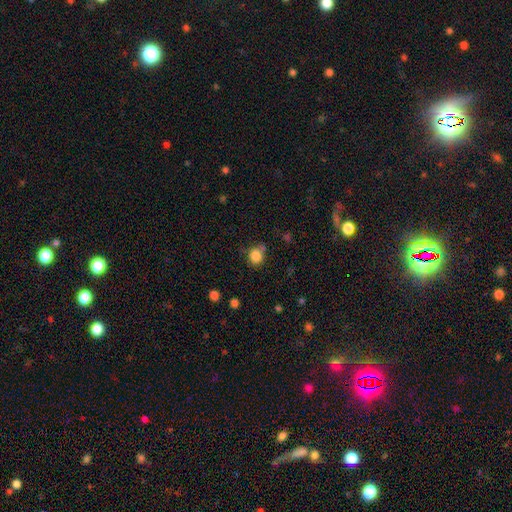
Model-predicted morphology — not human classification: smooth 84%, star or artifact 11%, featured or disk 5%. Down the decision tree: how rounded — round (77%); merging — none (66%).